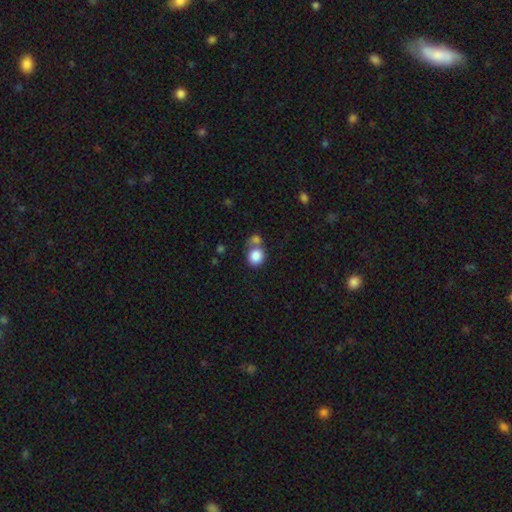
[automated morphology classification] smooth_or_featured: smooth (p=0.85) [alt: star or artifact p=0.09]
how_rounded: round (p=0.79) [alt: in between p=0.20]
merging: none (p=0.50) [alt: merger p=0.35]